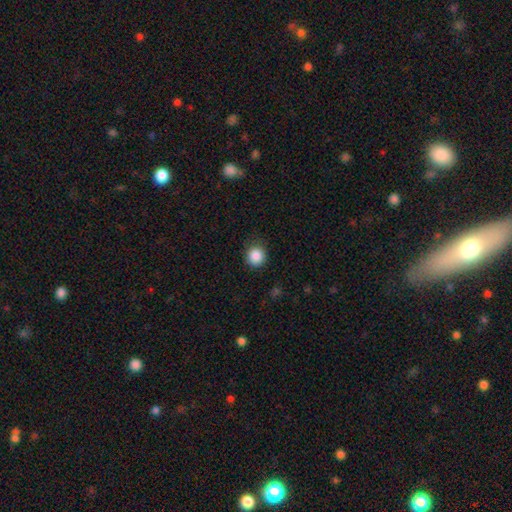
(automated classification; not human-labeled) A smooth galaxy with no disk features (87%) that is round (91%).

Vote fractions:
- Smooth or featured? smooth: 87% / star or artifact: 10% / featured or disk: 3%
- How rounded? round: 91% / in between: 8% / cigar-shaped: 1%
- Merging? none: 86% / minor disturbance: 11% / major disturbance: 3% / merger: 1%